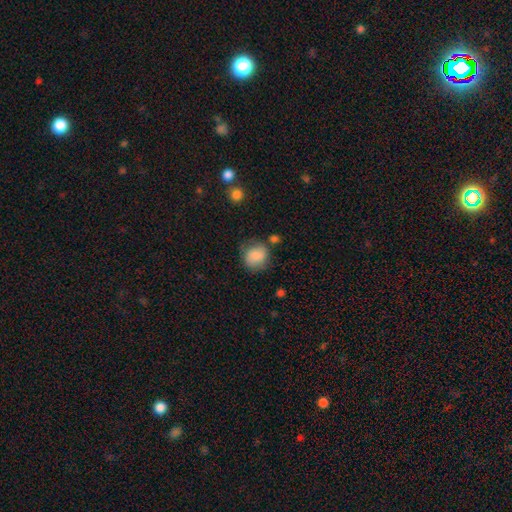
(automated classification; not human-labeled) Smooth or featured? smooth (79%)
How rounded? round (78%)
Merging? none (65%)